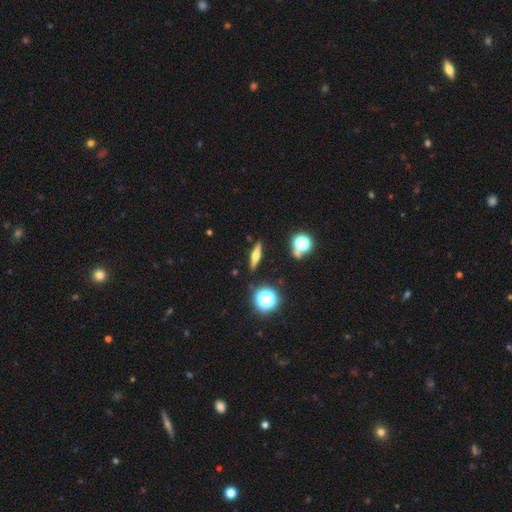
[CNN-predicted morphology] The model was most divided on "smooth or featured": featured or disk: 53%, smooth: 36%, star or artifact: 11%. More confident: edge-on disk — yes (93%); merging — none (89%).